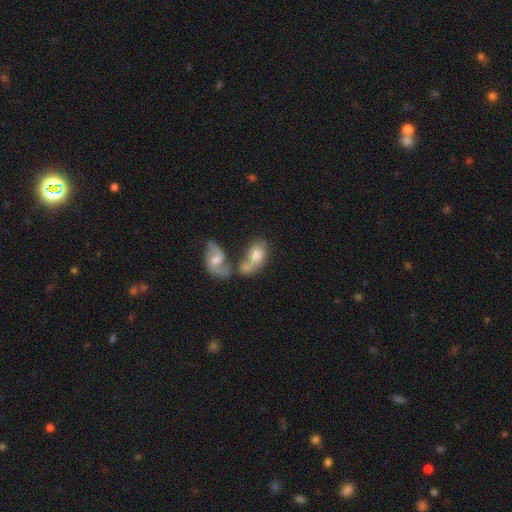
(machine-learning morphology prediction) Smooth or featured?
  - smooth: 55% *
  - featured or disk: 37%
  - star or artifact: 8%
How rounded?
  - in between: 86% *
  - round: 12%
  - cigar-shaped: 3%
Merging?
  - merger: 64% *
  - none: 19%
  - minor disturbance: 10%
  - major disturbance: 8%